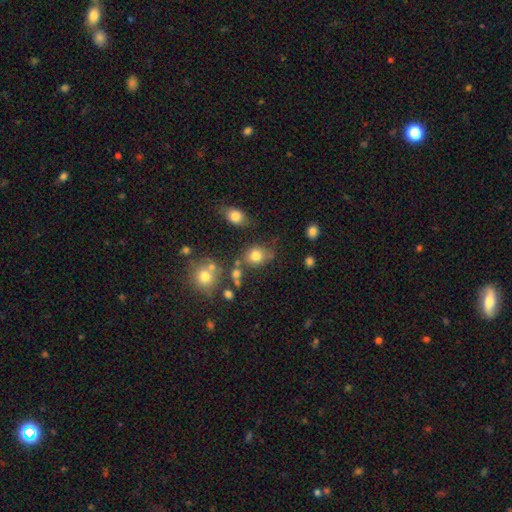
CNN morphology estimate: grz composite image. It shows a smooth galaxy with no disk features (78%) that is round (62%). Merging: none (60%).